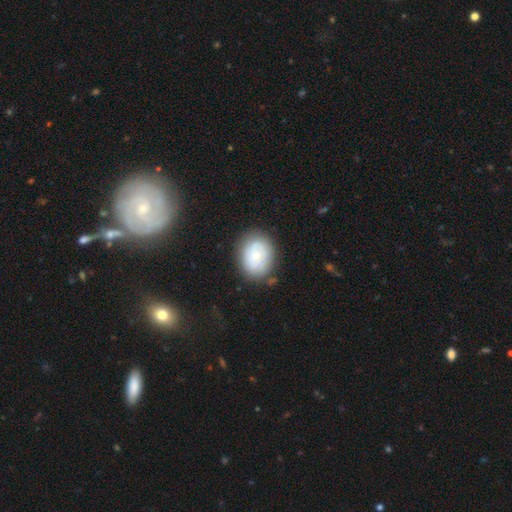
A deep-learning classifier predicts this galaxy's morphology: Smooth or featured? Predicted: smooth (p=0.58). How rounded? Predicted: in between (p=0.53). Merging? Predicted: none (p=0.74).